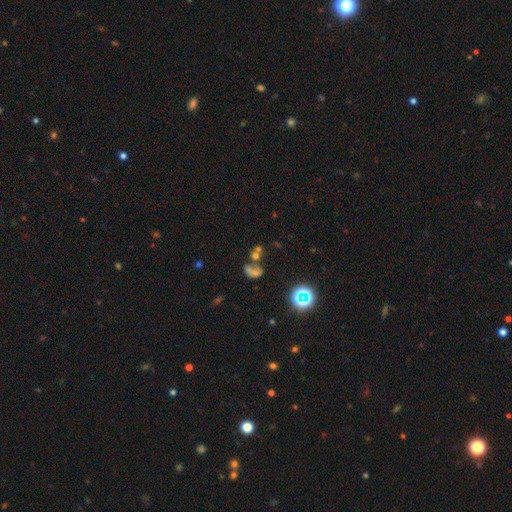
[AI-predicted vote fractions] A star or artifact, not a galaxy (39%).

Vote fractions:
- Smooth or featured? star or artifact: 39% / smooth: 37% / featured or disk: 25%